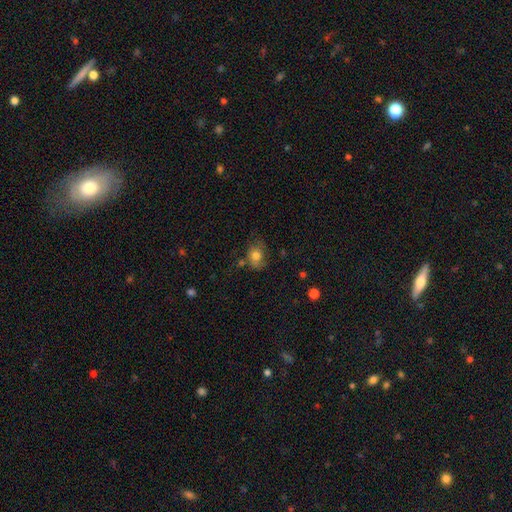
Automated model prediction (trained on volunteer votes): smooth 76%, featured or disk 14%, star or artifact 10%. Down the decision tree: how rounded — in between (56%); merging — none (57%).